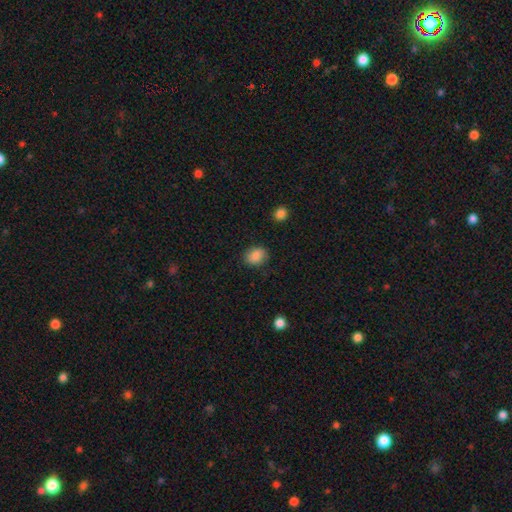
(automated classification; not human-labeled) smooth_or_featured: smooth (p=0.86) [alt: star or artifact p=0.08]
how_rounded: in between (p=0.54) [alt: round p=0.45]
merging: none (p=0.83) [alt: minor disturbance p=0.13]